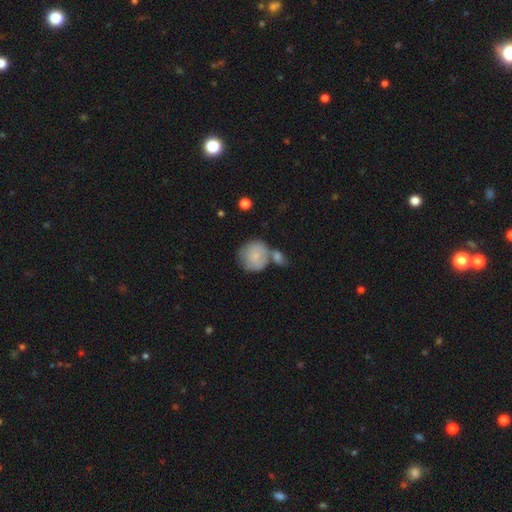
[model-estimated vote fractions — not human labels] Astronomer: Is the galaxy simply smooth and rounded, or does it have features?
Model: smooth — 77%.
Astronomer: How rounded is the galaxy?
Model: round — 86%.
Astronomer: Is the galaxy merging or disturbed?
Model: none — 39% (runner-up: merger, 38%).